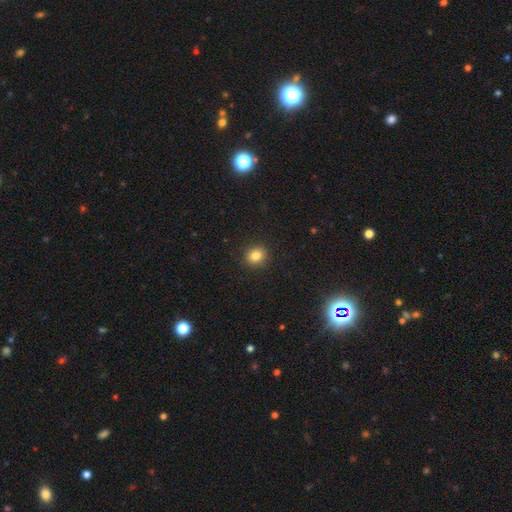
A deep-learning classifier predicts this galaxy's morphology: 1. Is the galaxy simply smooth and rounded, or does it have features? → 82% smooth, 12% star or artifact, 6% featured or disk.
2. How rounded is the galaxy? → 81% round, 18% in between, 1% cigar-shaped.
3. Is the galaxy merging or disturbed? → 91% none, 6% minor disturbance, 2% major disturbance, 1% merger.